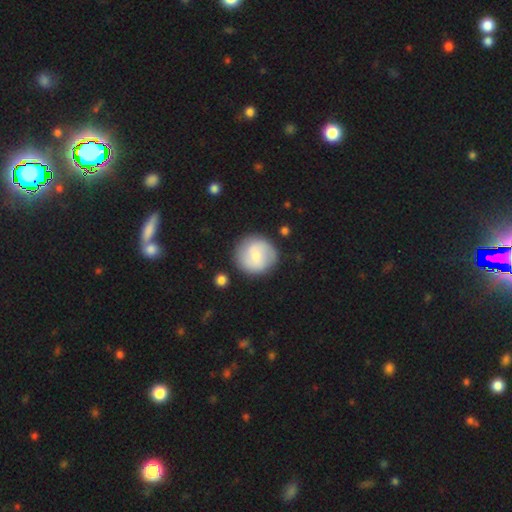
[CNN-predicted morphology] The model was most divided on "smooth or featured": smooth: 55%, featured or disk: 39%, star or artifact: 6%. More confident: how rounded — round (92%); merging — none (82%).